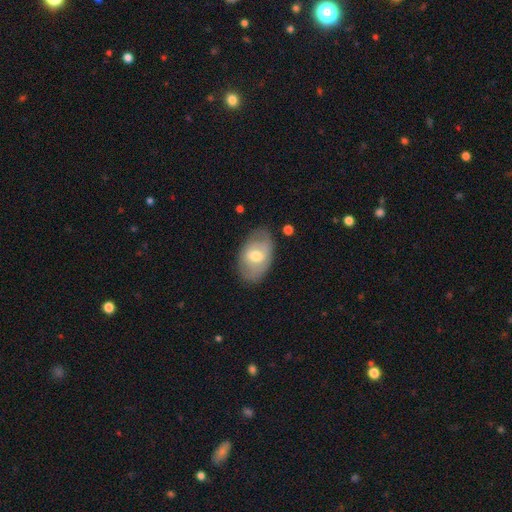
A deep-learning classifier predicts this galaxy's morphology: smooth_or_featured: smooth (p=0.48) [alt: featured or disk p=0.46]
merging: none (p=0.72) [alt: minor disturbance p=0.21]